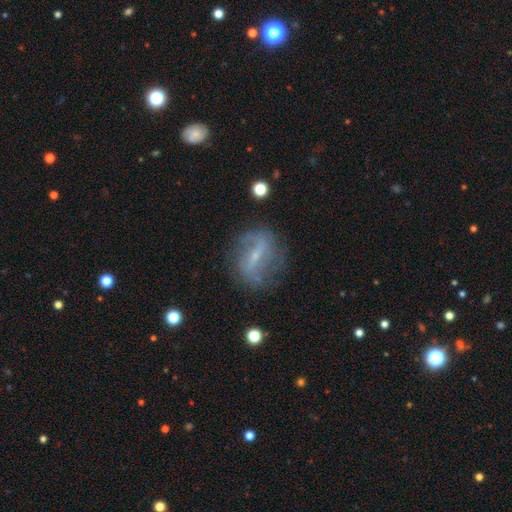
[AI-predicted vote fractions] A featured or disk galaxy (72%) with a strong bar (47%), spiral arms (74%) and a small central bulge (70%). Merging: none (72%).